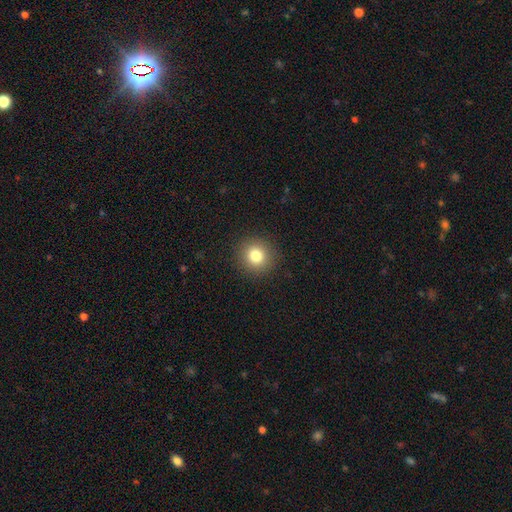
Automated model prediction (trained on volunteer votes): Smooth or featured? Predicted: smooth (p=0.80). How rounded? Predicted: round (p=0.92). Merging? Predicted: none (p=0.91).